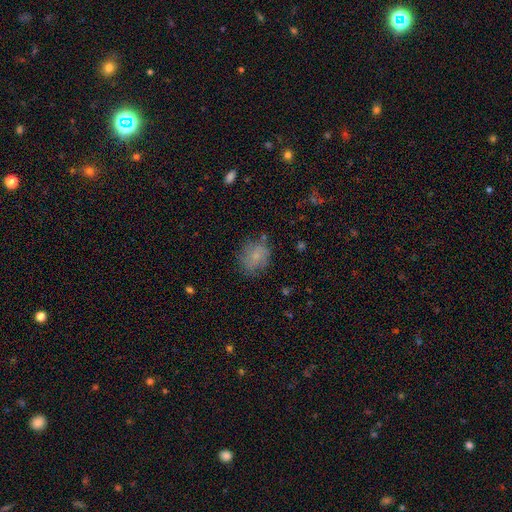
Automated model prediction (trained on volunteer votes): Overall: smooth (66%). How rounded: round (60%; in between 38%). Merging: none (69%).